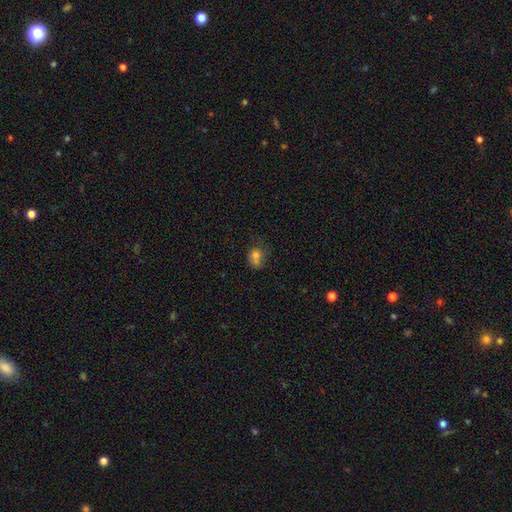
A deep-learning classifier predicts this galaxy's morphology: smooth_or_featured: smooth (p=0.74) [alt: featured or disk p=0.13]
how_rounded: round (p=0.52) [alt: in between p=0.47]
merging: none (p=0.37) [alt: merger p=0.28]